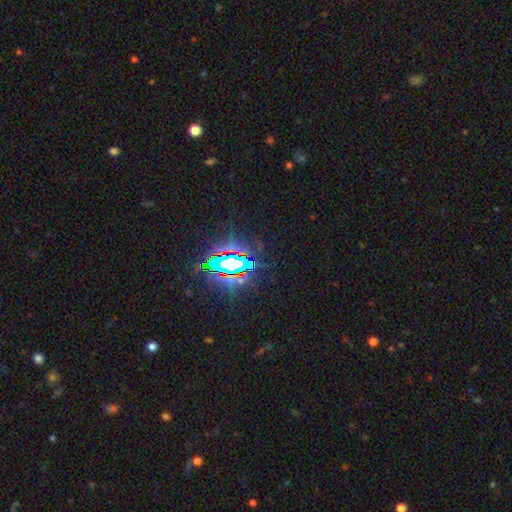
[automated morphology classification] A star or artifact, not a galaxy (82%).